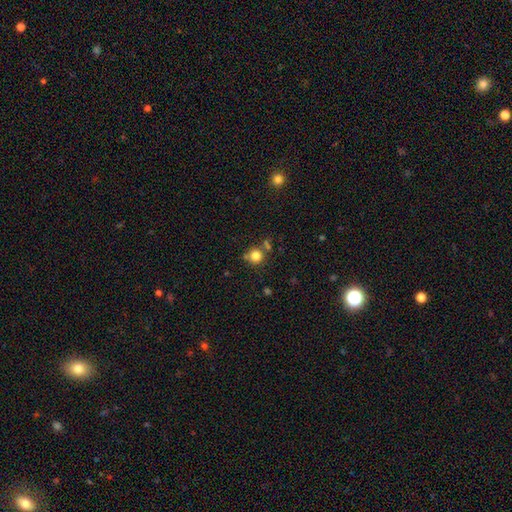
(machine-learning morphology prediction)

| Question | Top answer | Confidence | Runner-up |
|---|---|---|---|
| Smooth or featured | smooth | 80% | star or artifact (13%) |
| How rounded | round | 92% | in between (7%) |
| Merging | none | 70% | merger (14%) |